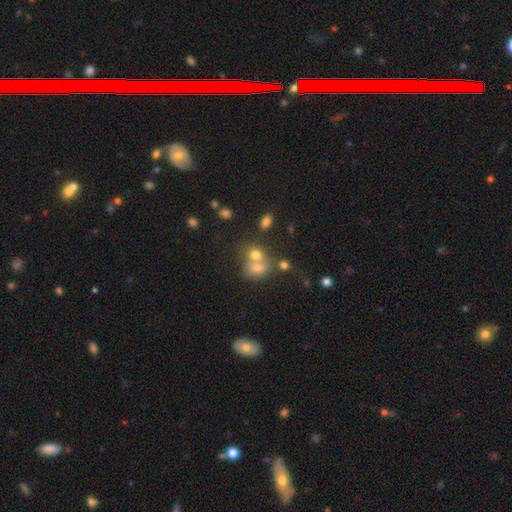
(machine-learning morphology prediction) The model was most divided on "how rounded": in between: 51%, round: 48%, cigar-shaped: 1%. More confident: smooth or featured — smooth (66%); merging — merger (57%).